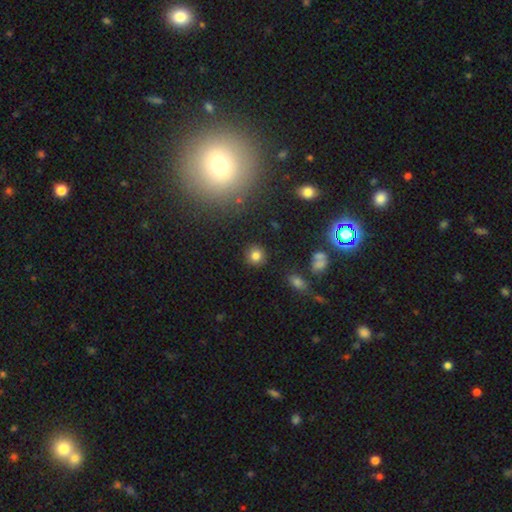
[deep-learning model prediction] This appears to be a smooth galaxy with no disk features (82%) that is round (90%). Merging: none (89%).